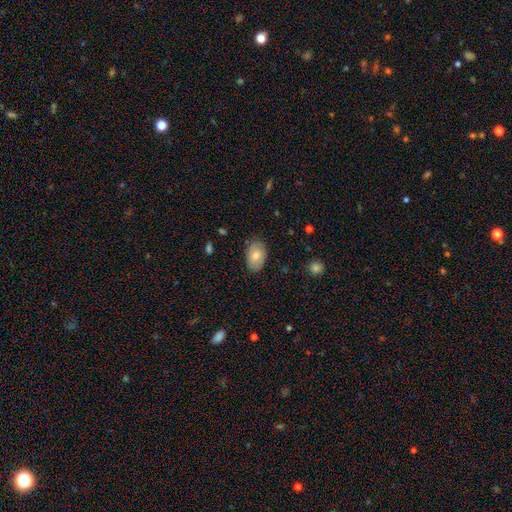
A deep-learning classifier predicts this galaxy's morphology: This is likely a smooth galaxy (79%). How rounded: clearly in between (91%). Merging: clearly none (83%).